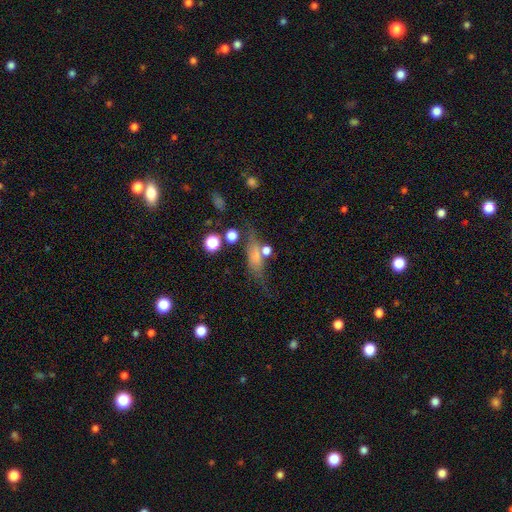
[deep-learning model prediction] Smooth or featured: smooth — 58% (featured or disk — 28%)
How rounded: in between — 49% (cigar-shaped — 41%)
Merging: none — 54% (minor disturbance — 21%)